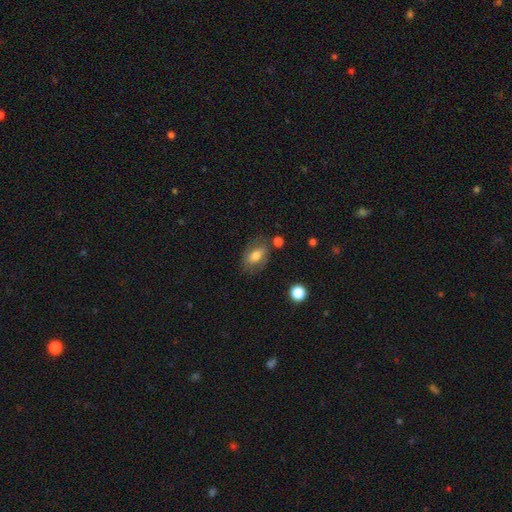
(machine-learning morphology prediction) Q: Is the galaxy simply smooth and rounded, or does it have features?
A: smooth — 64%.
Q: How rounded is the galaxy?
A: in between — 84%.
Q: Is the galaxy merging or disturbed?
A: none — 69%.